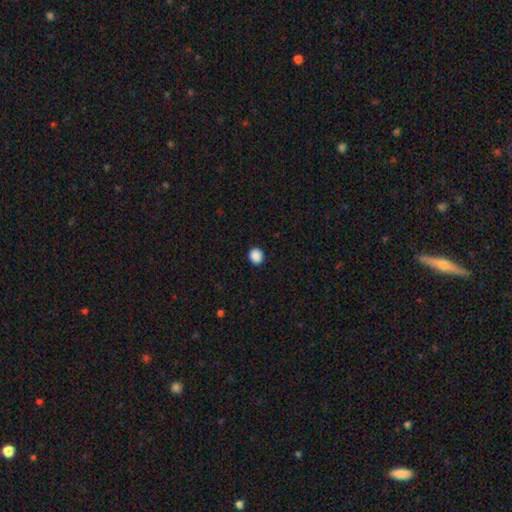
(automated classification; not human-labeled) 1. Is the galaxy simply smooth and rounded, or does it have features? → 89% smooth, 9% star or artifact, 2% featured or disk.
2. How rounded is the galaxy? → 79% round, 21% in between, 1% cigar-shaped.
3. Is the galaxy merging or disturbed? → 93% none, 5% minor disturbance, 2% major disturbance, 1% merger.